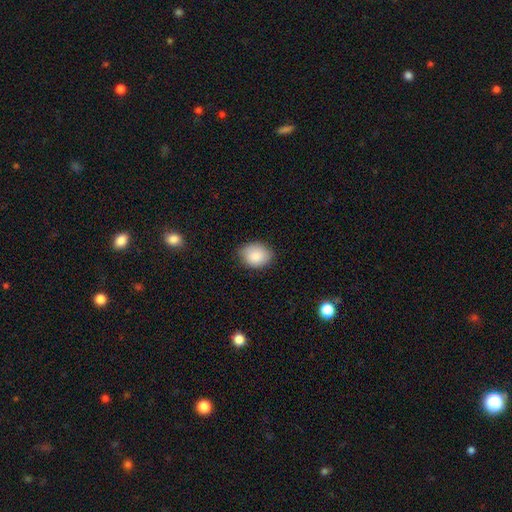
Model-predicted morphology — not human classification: Smooth or featured? smooth (88%)
How rounded? in between (59%)
Merging? none (81%)